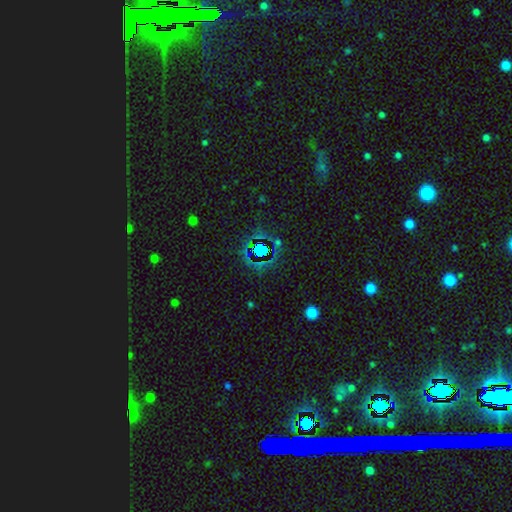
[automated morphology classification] smooth_or_featured: star or artifact (p=0.72) [alt: smooth p=0.17]